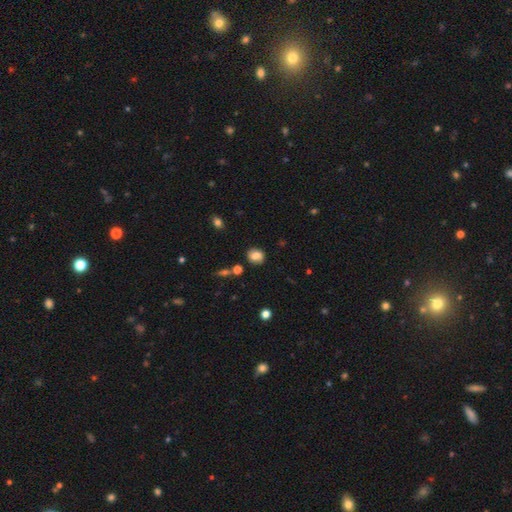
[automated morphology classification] smooth-or-featured: smooth: 71% | featured or disk: 19% | star or artifact: 10%
  how-rounded: round: 63% | in between: 36% | cigar-shaped: 1%
  merging: none: 80% | minor disturbance: 12% | merger: 5% | major disturbance: 3%